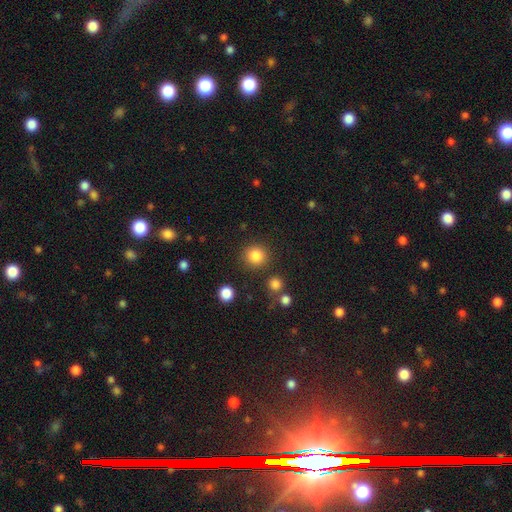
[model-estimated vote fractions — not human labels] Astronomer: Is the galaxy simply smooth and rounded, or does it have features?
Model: smooth — 85%.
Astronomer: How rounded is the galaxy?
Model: round — 93%.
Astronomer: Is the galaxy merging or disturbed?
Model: none — 87%.